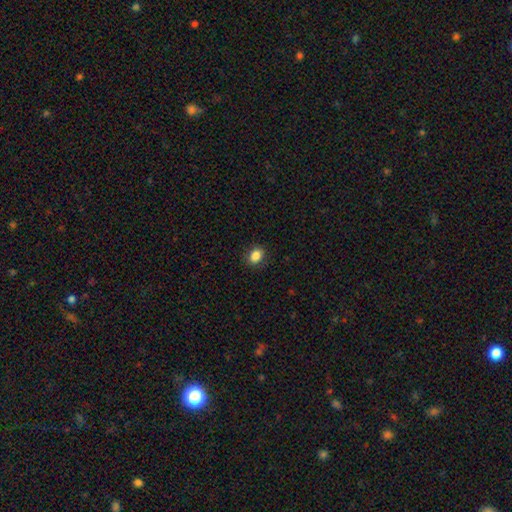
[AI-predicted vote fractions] Morphology: type=smooth (86%); roundness=in between (59%); merging=none (88%).